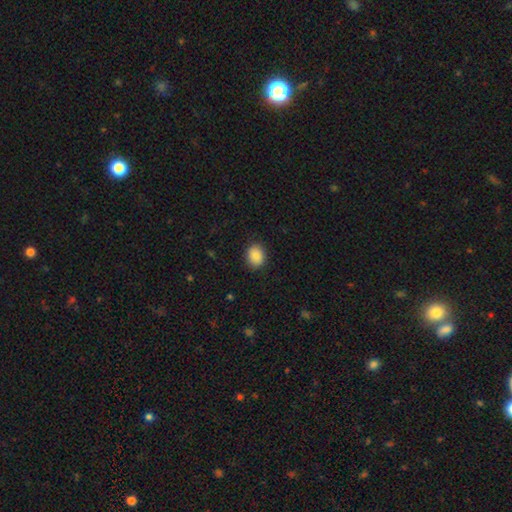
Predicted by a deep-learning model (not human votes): A smooth galaxy with no disk features (88%) that is in between round and cigar-shaped (50%, tied with round). Merging: none (88%).